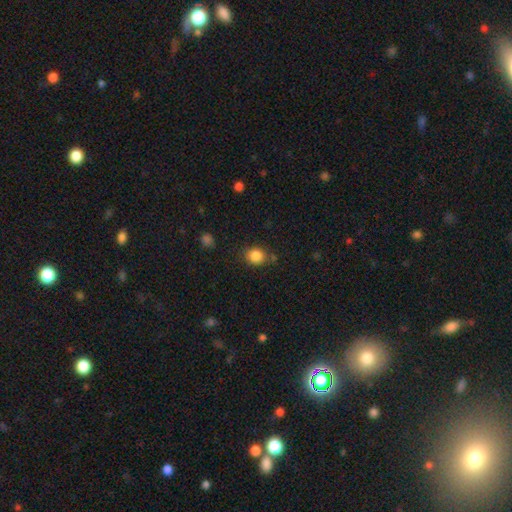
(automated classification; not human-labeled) Smooth or featured? Predicted: smooth (p=0.85). How rounded? Predicted: round (p=0.71). Merging? Predicted: none (p=0.77).